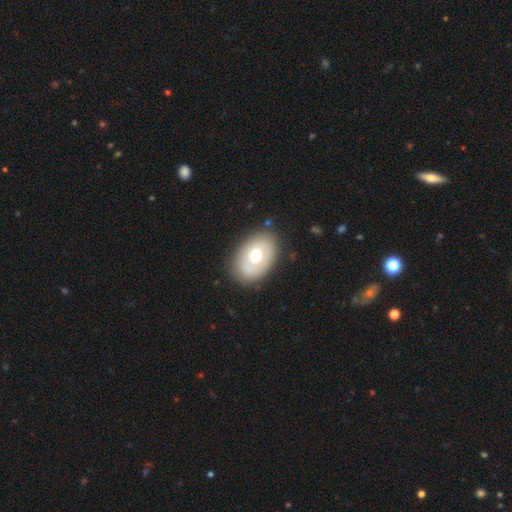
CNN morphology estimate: Smooth or featured? Predicted: smooth (p=0.56). How rounded? Predicted: in between (p=0.79). Merging? Predicted: none (p=0.81).